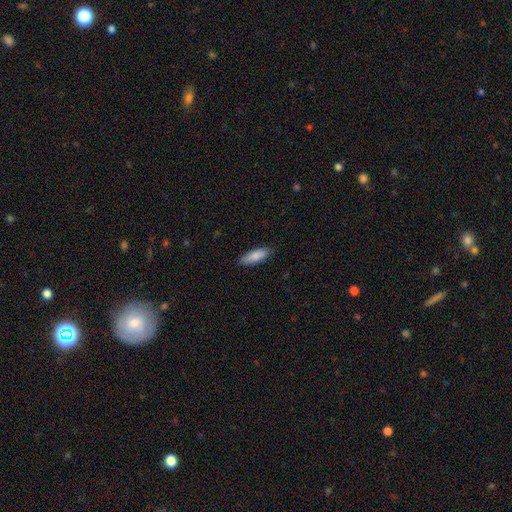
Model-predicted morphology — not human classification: Smooth or featured? smooth (85%)
How rounded? in between (60%)
Merging? none (85%)